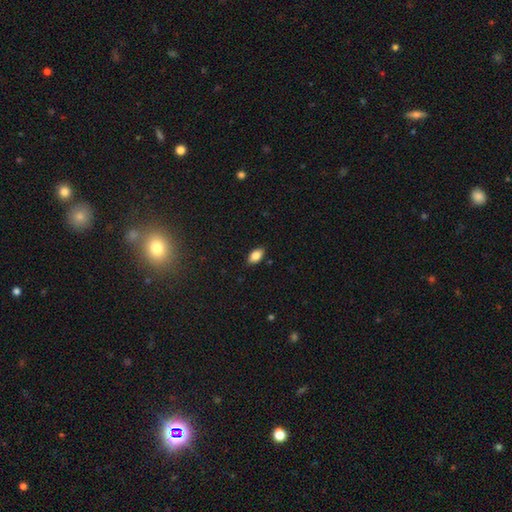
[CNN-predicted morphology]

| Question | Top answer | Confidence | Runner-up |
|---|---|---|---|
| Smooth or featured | smooth | 84% | star or artifact (8%) |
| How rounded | in between | 92% | round (5%) |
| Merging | none | 87% | minor disturbance (10%) |